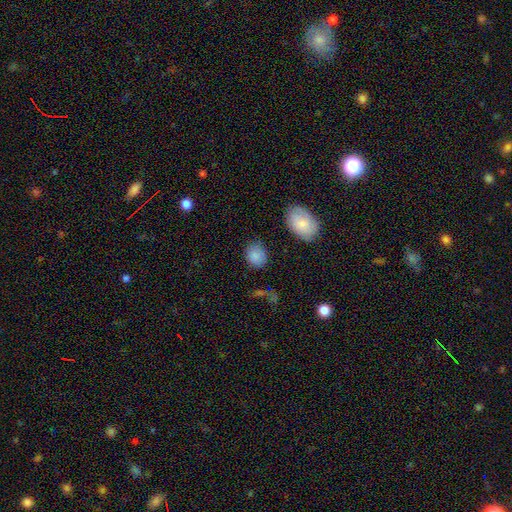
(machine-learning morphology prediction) Smooth or featured? Predicted: smooth (p=0.86). How rounded? Predicted: round (p=0.61). Merging? Predicted: none (p=0.78).